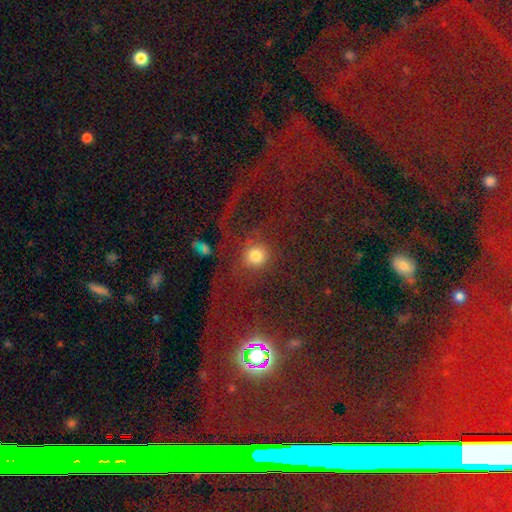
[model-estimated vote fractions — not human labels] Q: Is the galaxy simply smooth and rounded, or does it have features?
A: smooth — 60%.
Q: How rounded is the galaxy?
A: round — 86%.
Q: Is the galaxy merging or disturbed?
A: none — 57%.